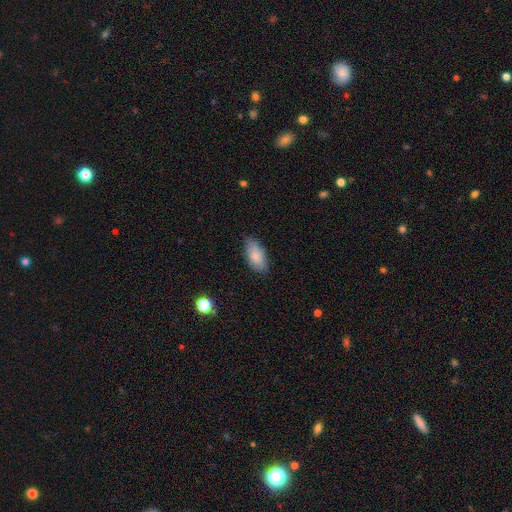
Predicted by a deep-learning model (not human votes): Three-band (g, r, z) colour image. It shows a smooth galaxy with no disk features (82%) that is in between round and cigar-shaped (92%). Merging: none (81%).